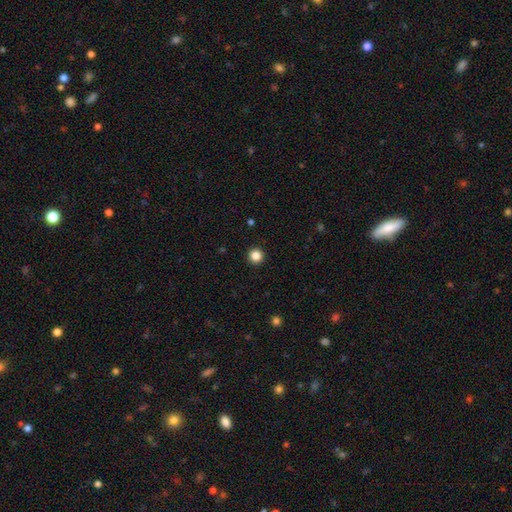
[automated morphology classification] Smooth or featured?
  - smooth: 85% *
  - star or artifact: 11%
  - featured or disk: 4%
How rounded?
  - round: 96% *
  - in between: 3%
  - cigar-shaped: 1%
Merging?
  - none: 94% *
  - minor disturbance: 4%
  - major disturbance: 1%
  - merger: 1%